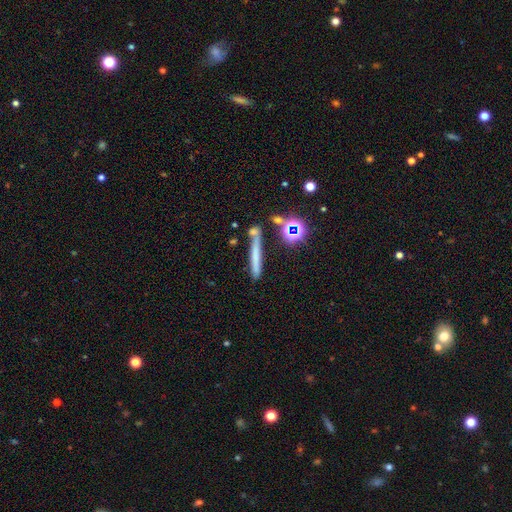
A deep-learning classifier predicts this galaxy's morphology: A smooth galaxy with no disk features (53%) that is cigar-shaped (89%). Merging: none (71%).